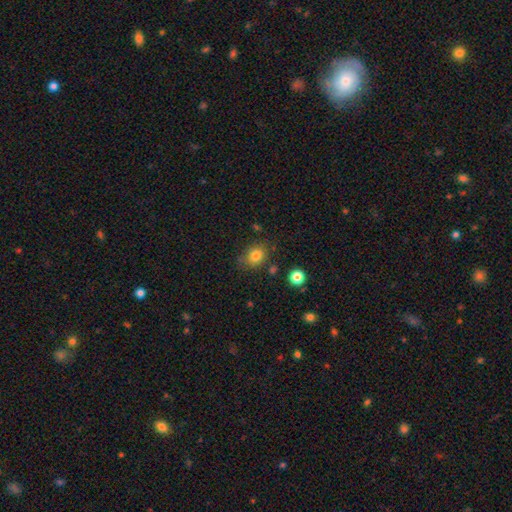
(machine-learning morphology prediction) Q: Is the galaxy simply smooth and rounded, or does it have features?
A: smooth — 81%.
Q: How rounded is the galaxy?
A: round — 55%.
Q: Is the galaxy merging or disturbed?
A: none — 75%.